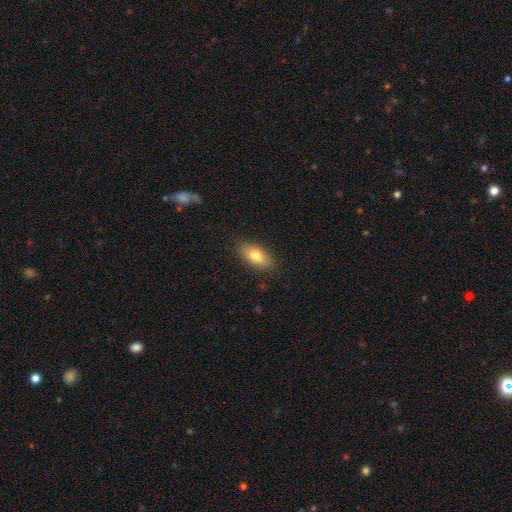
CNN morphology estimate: Smooth or featured?
  - smooth: 78% *
  - featured or disk: 15%
  - star or artifact: 7%
How rounded?
  - in between: 86% *
  - cigar-shaped: 10%
  - round: 4%
Merging?
  - none: 87% *
  - minor disturbance: 10%
  - major disturbance: 2%
  - merger: 1%